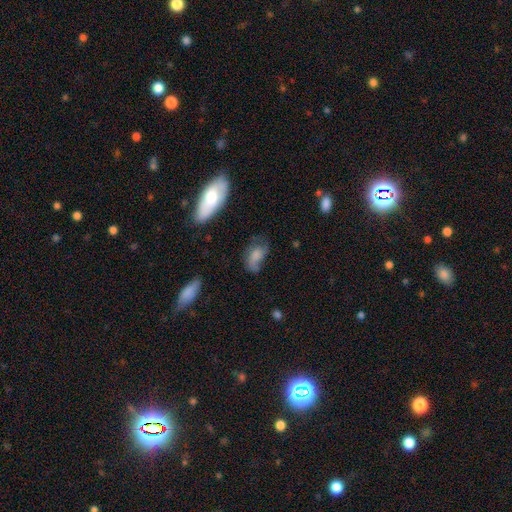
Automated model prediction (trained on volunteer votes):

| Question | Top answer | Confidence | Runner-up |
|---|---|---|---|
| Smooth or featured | smooth | 67% | featured or disk (23%) |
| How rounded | in between | 88% | round (8%) |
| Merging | none | 39% | minor disturbance (30%) |